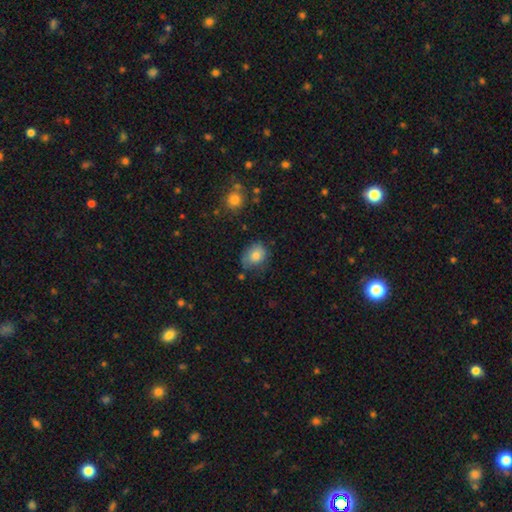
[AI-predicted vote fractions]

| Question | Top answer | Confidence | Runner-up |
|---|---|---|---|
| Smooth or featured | smooth | 79% | featured or disk (12%) |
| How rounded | in between | 54% | round (46%) |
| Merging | none | 59% | minor disturbance (29%) |